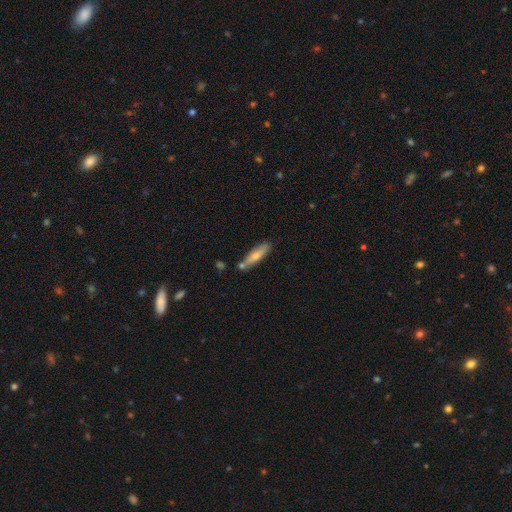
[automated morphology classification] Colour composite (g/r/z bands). It shows a smooth galaxy with no disk features (63%) that is cigar-shaped (74%). Merging: none (66%).